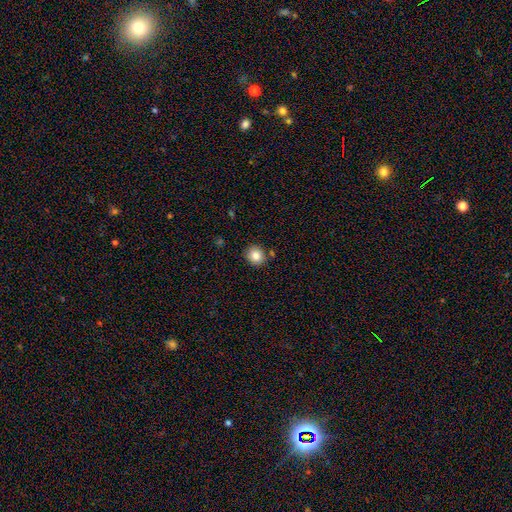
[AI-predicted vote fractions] This appears to be a smooth galaxy with no disk features (84%) that is round (86%). Merging: none (86%).